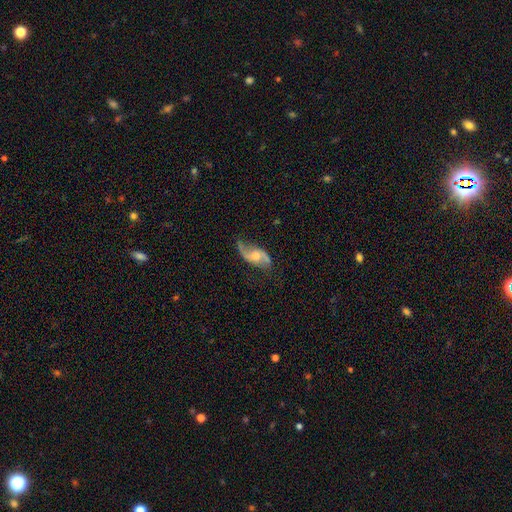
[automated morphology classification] smooth-or-featured: featured or disk: 83% | smooth: 11% | star or artifact: 5%
  disk-edge-on: no: 95% | yes: 5%
    bar: no: 56% | weak: 35% | strong: 9%
    has-spiral-arms: yes: 95% | no: 5%
      spiral-winding: loose: 75% | medium: 20% | tight: 5%
      spiral-arm-count: 2: 92% | can't tell: 3% | 1: 3% | 3: 1% | 4: 1% | more than 4: 1%
    bulge-size: moderate: 60% | small: 32% | large: 4% | none: 3% | dominant: 1%
  merging: none: 73% | minor disturbance: 18% | major disturbance: 7% | merger: 2%